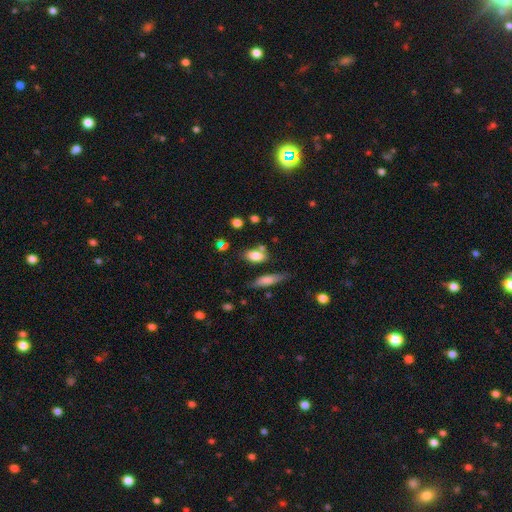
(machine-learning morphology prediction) Smooth or featured?
  - smooth: 80% *
  - featured or disk: 10%
  - star or artifact: 9%
How rounded?
  - in between: 81% *
  - cigar-shaped: 11%
  - round: 8%
Merging?
  - none: 68% *
  - minor disturbance: 15%
  - merger: 12%
  - major disturbance: 5%